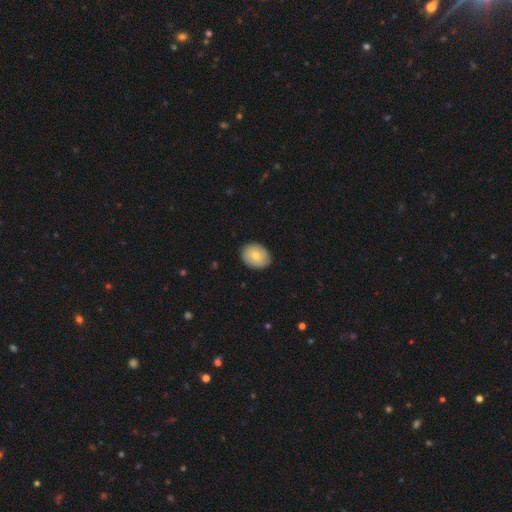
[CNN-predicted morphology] smooth_or_featured: smooth (p=0.69) [alt: featured or disk p=0.24]
how_rounded: round (p=0.51) [alt: in between p=0.49]
merging: none (p=0.85) [alt: minor disturbance p=0.12]